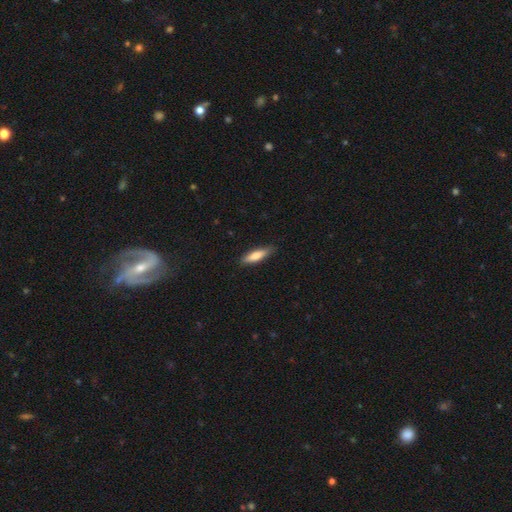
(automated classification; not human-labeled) Q: Smooth or featured?
A: smooth (74%); runner-up: featured or disk (20%)
Q: How rounded?
A: cigar-shaped (69%); runner-up: in between (30%)
Q: Merging?
A: none (85%); runner-up: minor disturbance (12%)